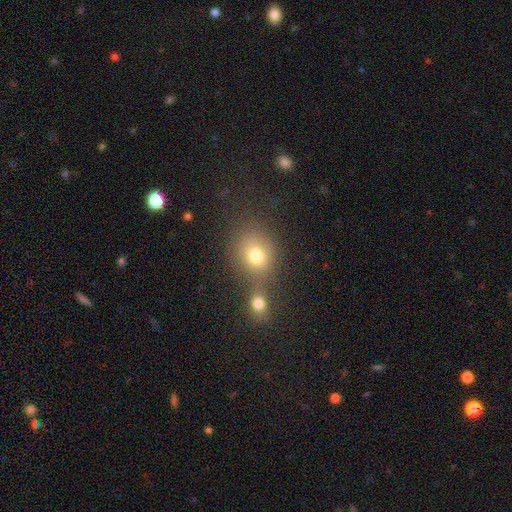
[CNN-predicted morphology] smooth_or_featured: smooth (p=0.74) [alt: star or artifact p=0.15]
how_rounded: round (p=0.65) [alt: in between p=0.34]
merging: none (p=0.46) [alt: merger p=0.40]